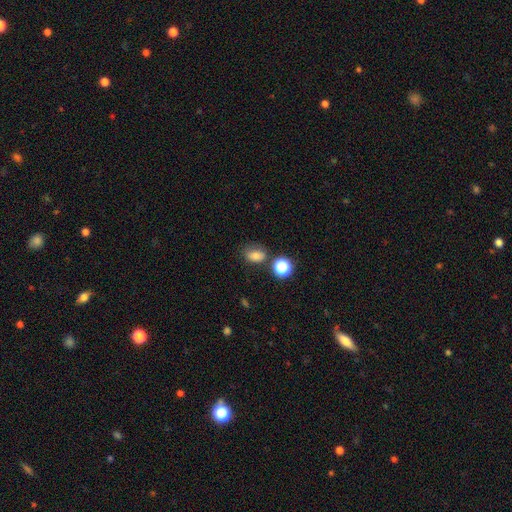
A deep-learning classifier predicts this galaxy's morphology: This appears to be a smooth galaxy with no disk features (76%) that is in between round and cigar-shaped (66%). Merging: none (64%).